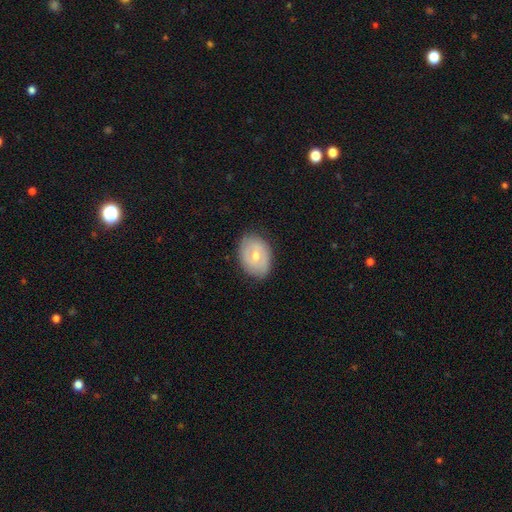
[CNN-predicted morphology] featured or disk 47%, smooth 46%, star or artifact 6%. Down the decision tree: merging — none (81%).